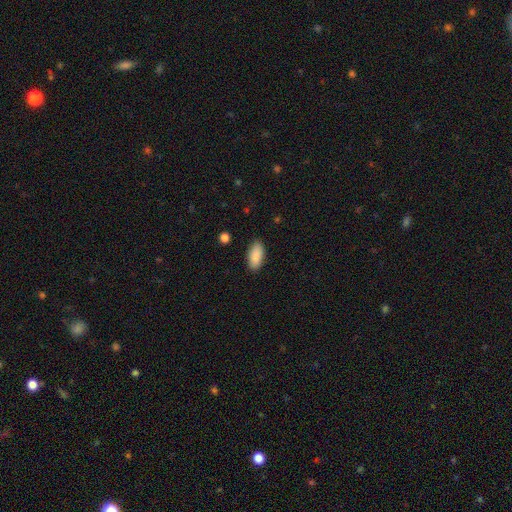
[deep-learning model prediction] A smooth galaxy with no disk features (90%) that is in between round and cigar-shaped (90%). Merging: none (88%).